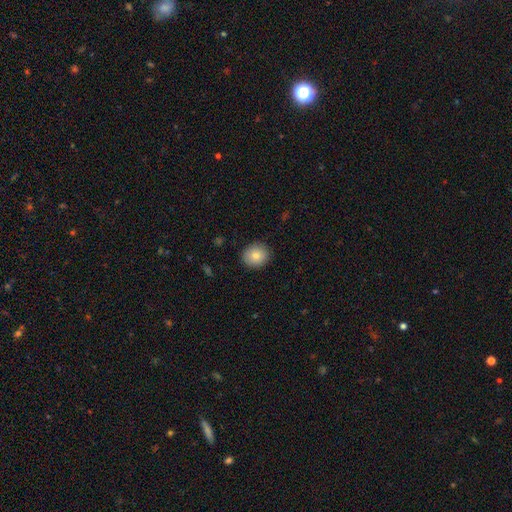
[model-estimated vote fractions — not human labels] Smooth or featured?
  - smooth: 83% *
  - star or artifact: 8%
  - featured or disk: 8%
How rounded?
  - round: 81% *
  - in between: 18%
  - cigar-shaped: 1%
Merging?
  - none: 89% *
  - minor disturbance: 8%
  - major disturbance: 2%
  - merger: 1%